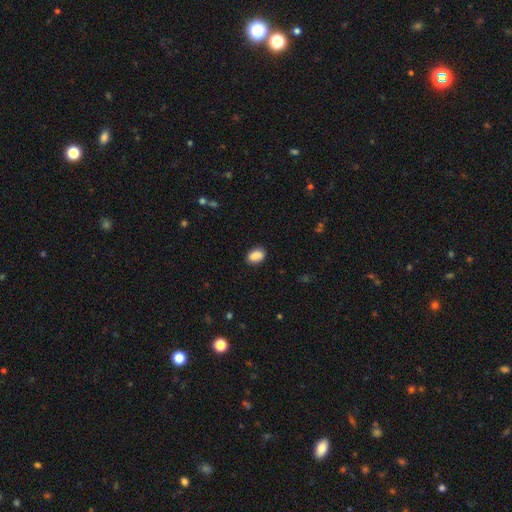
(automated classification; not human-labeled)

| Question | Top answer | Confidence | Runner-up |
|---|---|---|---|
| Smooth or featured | smooth | 88% | star or artifact (8%) |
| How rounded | in between | 80% | round (19%) |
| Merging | none | 84% | minor disturbance (12%) |